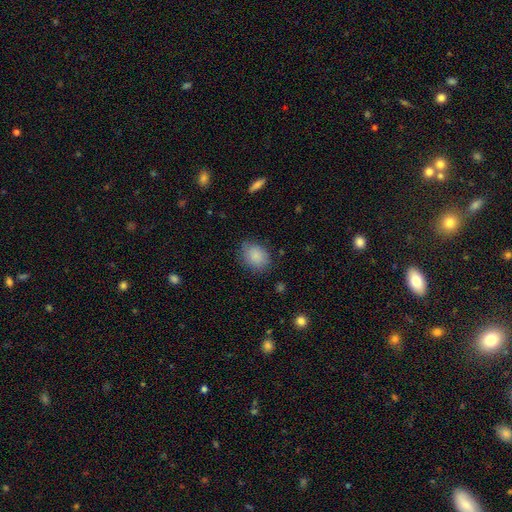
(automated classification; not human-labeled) Smooth or featured: smooth — 86% (star or artifact — 8%)
How rounded: in between — 56% (round — 43%)
Merging: none — 74% (minor disturbance — 20%)